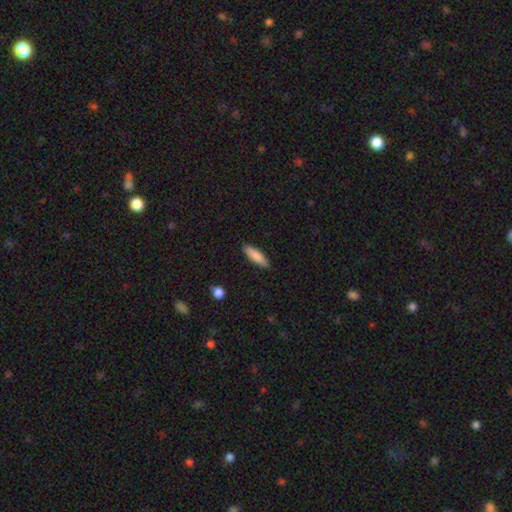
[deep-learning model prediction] The model was most divided on "how rounded": cigar-shaped: 68%, in between: 30%, round: 2%. More confident: merging — none (89%); smooth or featured — smooth (83%).